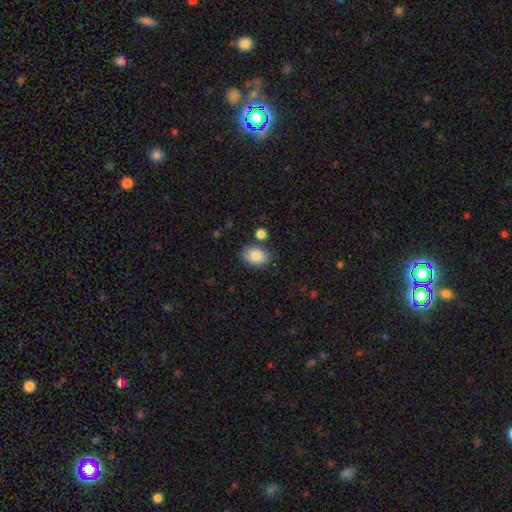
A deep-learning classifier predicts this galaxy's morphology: smooth 86%, star or artifact 8%, featured or disk 6%. Down the decision tree: how rounded — in between (74%); merging — none (74%).